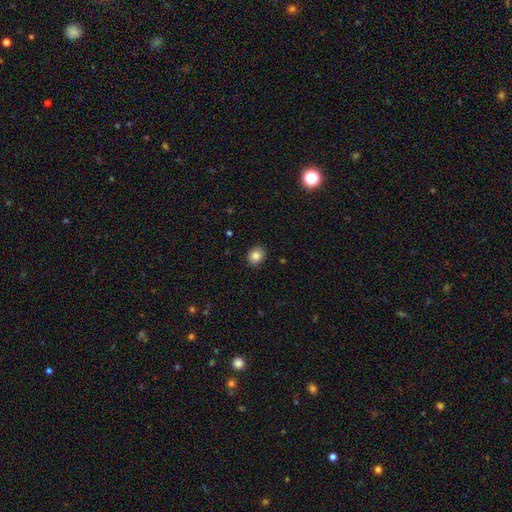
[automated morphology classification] Q: Smooth or featured?
A: smooth (86%); runner-up: star or artifact (9%)
Q: How rounded?
A: round (68%); runner-up: in between (31%)
Q: Merging?
A: none (90%); runner-up: minor disturbance (7%)